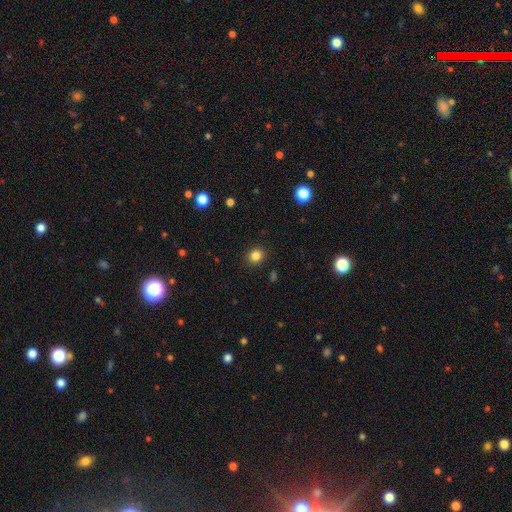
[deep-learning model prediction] A smooth galaxy with no disk features (84%) that is round (80%). Merging: none (90%).